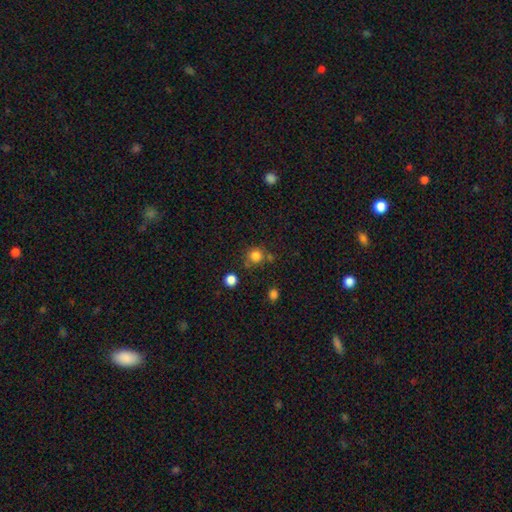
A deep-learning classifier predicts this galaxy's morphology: Smooth or featured: smooth — 80% (star or artifact — 14%)
How rounded: round — 90% (in between — 9%)
Merging: none — 71% (minor disturbance — 13%)